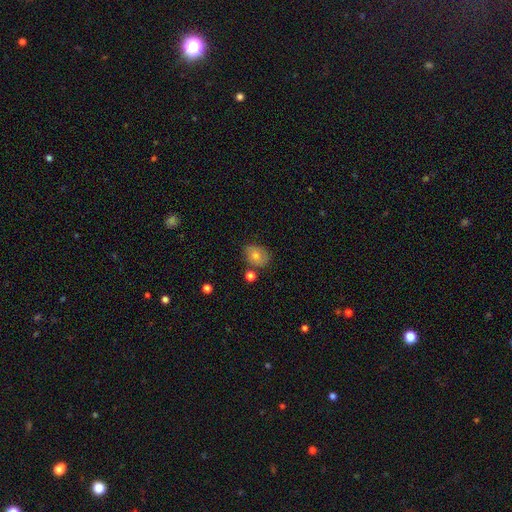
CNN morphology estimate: This is likely a smooth galaxy (64%). How rounded: possibly in between (52%). Merging: likely none (72%).